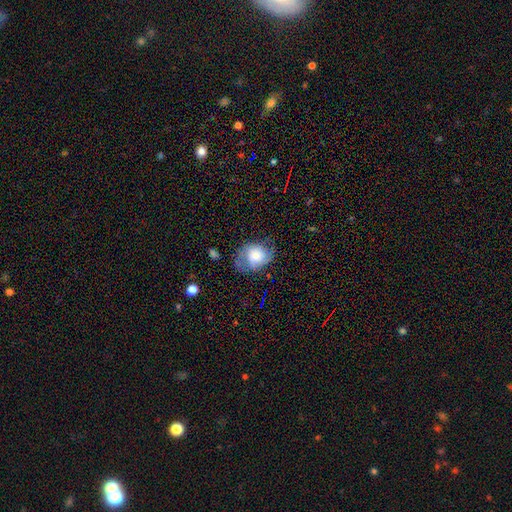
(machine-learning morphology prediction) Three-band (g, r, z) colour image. It shows a smooth galaxy with no disk features (50%). Merging: none (48%).